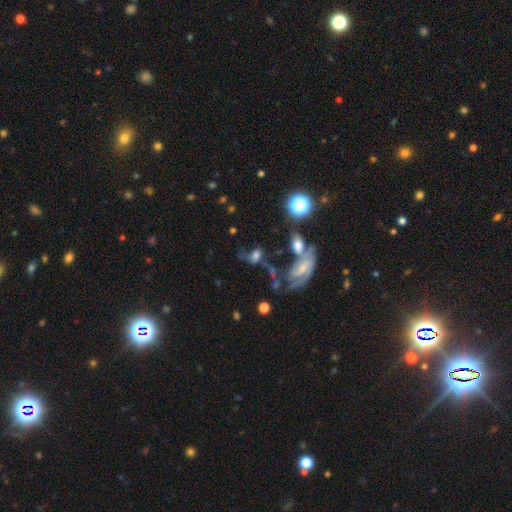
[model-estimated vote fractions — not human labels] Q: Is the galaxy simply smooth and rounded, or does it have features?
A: smooth — 42%.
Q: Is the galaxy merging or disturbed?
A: none — 30%.